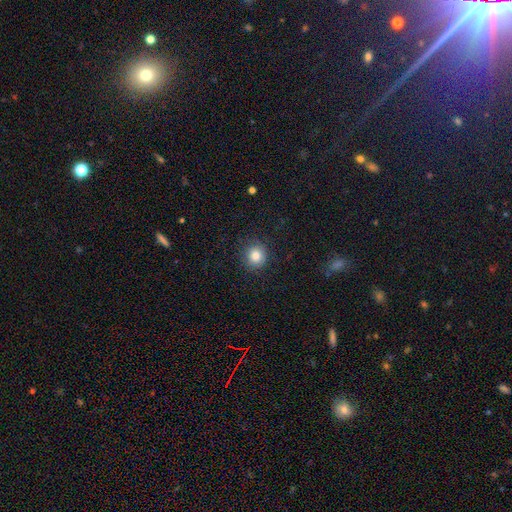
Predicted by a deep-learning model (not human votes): smooth-or-featured: smooth: 83% | star or artifact: 11% | featured or disk: 6%
  how-rounded: round: 87% | in between: 12% | cigar-shaped: 1%
  merging: none: 86% | minor disturbance: 10% | major disturbance: 3% | merger: 1%